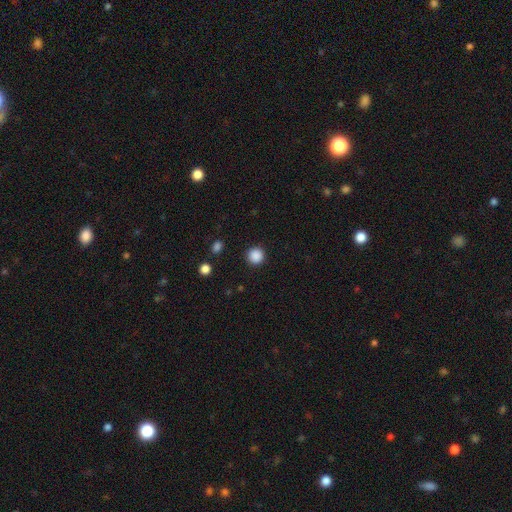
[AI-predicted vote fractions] This appears to be a smooth galaxy with no disk features (88%) that is round (95%). Merging: none (92%).